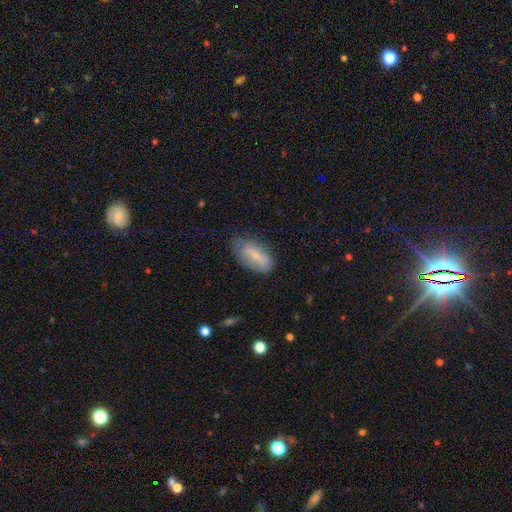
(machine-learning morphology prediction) smooth-or-featured: smooth: 69% | featured or disk: 24% | star or artifact: 7%
  how-rounded: in between: 87% | cigar-shaped: 10% | round: 3%
  merging: none: 63% | minor disturbance: 28% | major disturbance: 8% | merger: 2%